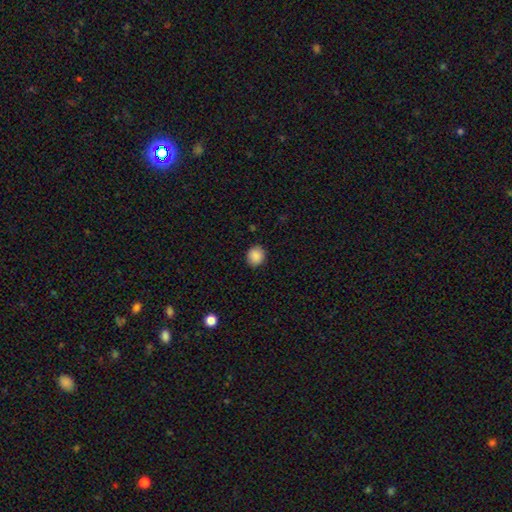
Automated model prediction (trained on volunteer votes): Overall: smooth (89%). How rounded: round (81%). Merging: none (89%).